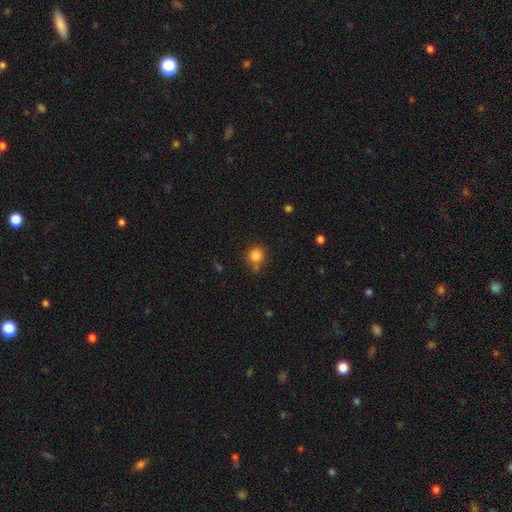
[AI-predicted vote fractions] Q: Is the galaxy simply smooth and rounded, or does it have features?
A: smooth — 84%.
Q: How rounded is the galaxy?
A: round — 88%.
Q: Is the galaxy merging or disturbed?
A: none — 65%.